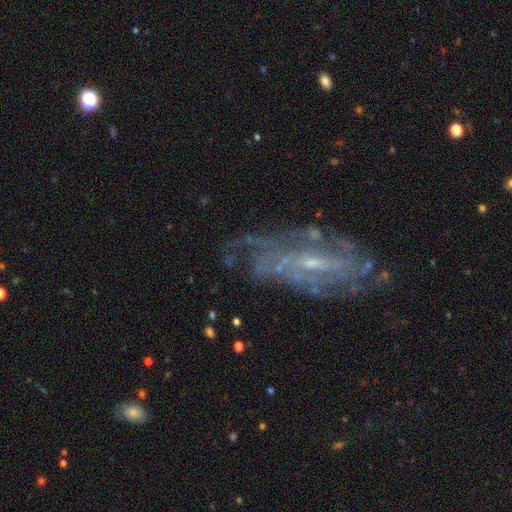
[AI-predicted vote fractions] Overall: featured or disk (84%). Edge-on disk: no (90%). Bar: weak (47%; no 35%). Spiral arms: yes (91%). Spiral arm count: can't tell (46%; 4 17%). Spiral winding: tight (54%; medium 34%). Bulge size: small (71%). Merging: none (70%).